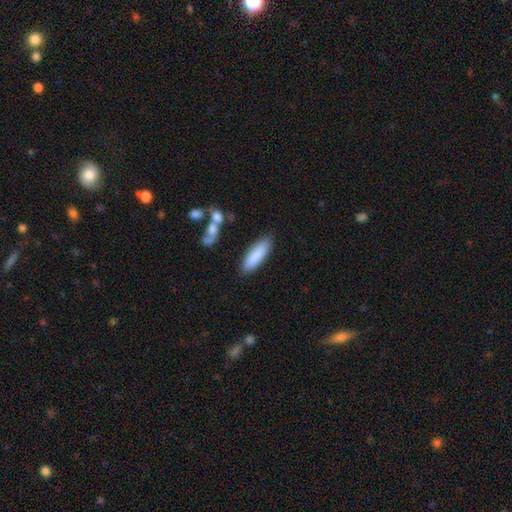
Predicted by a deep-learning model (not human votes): This is clearly a smooth galaxy (86%). How rounded: possibly cigar-shaped (55%). Merging: clearly none (83%).